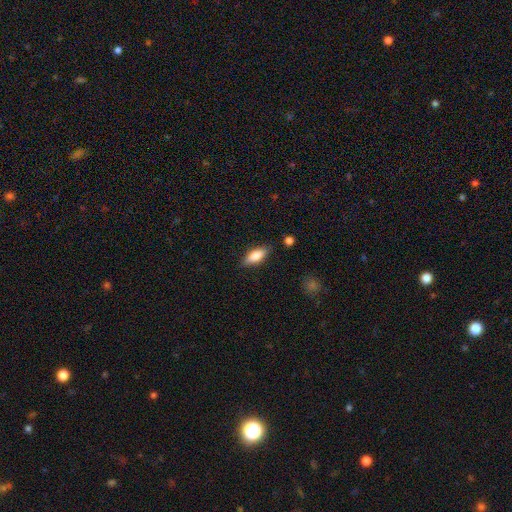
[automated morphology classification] Smooth or featured: smooth — 73% (featured or disk — 20%)
How rounded: in between — 71% (cigar-shaped — 26%)
Merging: none — 83% (minor disturbance — 12%)